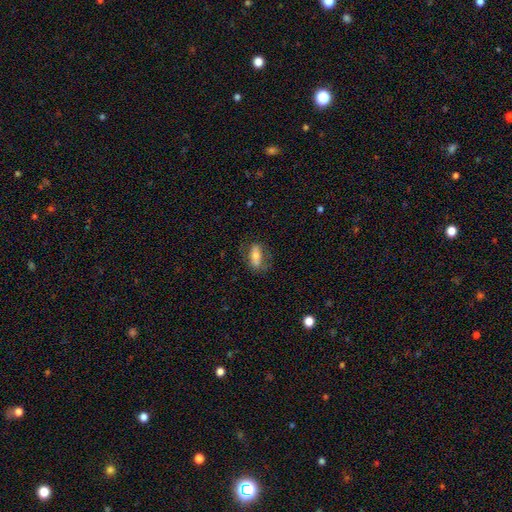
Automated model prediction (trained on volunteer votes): Smooth or featured?
  - smooth: 63% *
  - featured or disk: 29%
  - star or artifact: 8%
How rounded?
  - in between: 75% *
  - cigar-shaped: 20%
  - round: 5%
Merging?
  - none: 70% *
  - minor disturbance: 19%
  - major disturbance: 10%
  - merger: 2%